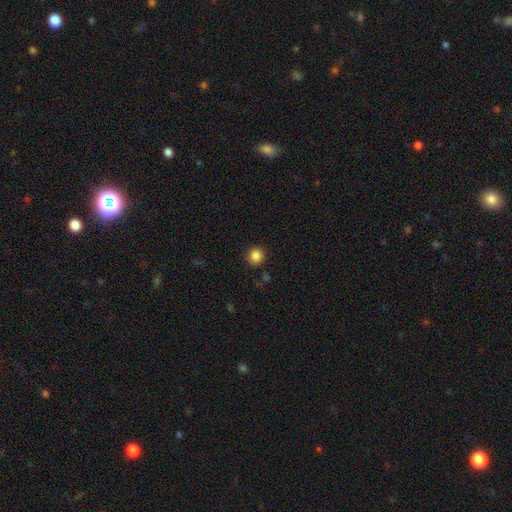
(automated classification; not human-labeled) The model was most divided on "smooth or featured": smooth: 86%, star or artifact: 11%, featured or disk: 4%. More confident: how rounded — round (91%); merging — none (89%).